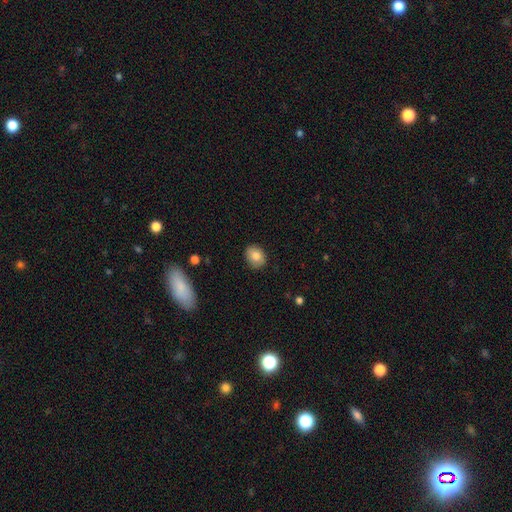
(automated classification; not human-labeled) Q: Smooth or featured?
A: smooth (81%); runner-up: featured or disk (10%)
Q: How rounded?
A: in between (55%); runner-up: round (44%)
Q: Merging?
A: none (86%); runner-up: minor disturbance (10%)